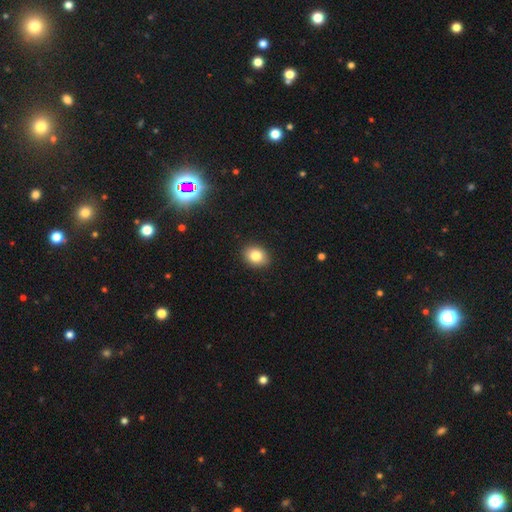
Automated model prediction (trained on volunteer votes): This appears to be a smooth galaxy with no disk features (83%) that is in between round and cigar-shaped (59%). Merging: none (90%).